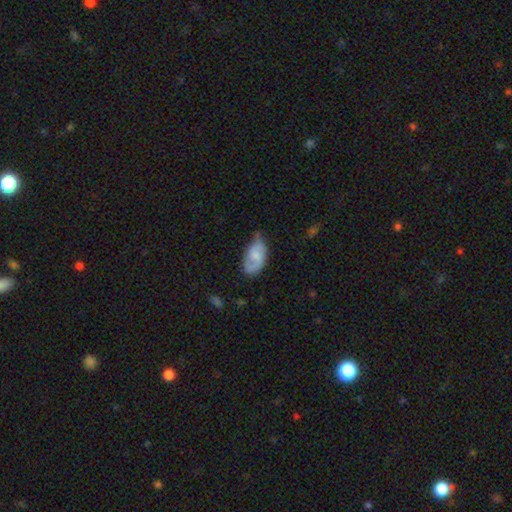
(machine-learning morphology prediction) The model was most divided on "smooth or featured": featured or disk: 47%, smooth: 46%, star or artifact: 7%. Remaining: merging — none (45%).